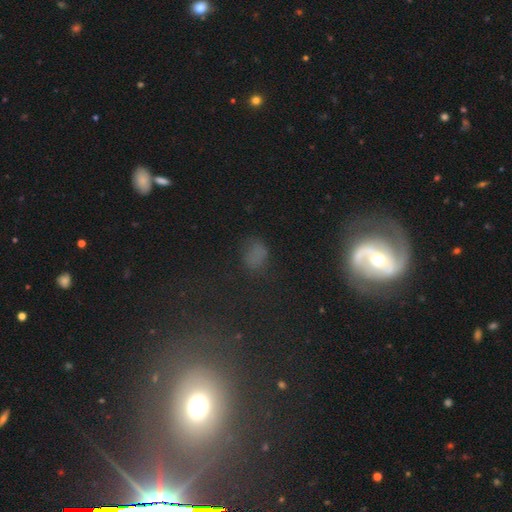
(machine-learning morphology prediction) smooth-or-featured: smooth: 54% | star or artifact: 34% | featured or disk: 12%
  how-rounded: in between: 58% | round: 38% | cigar-shaped: 4%
  merging: none: 63% | minor disturbance: 21% | major disturbance: 12% | merger: 4%